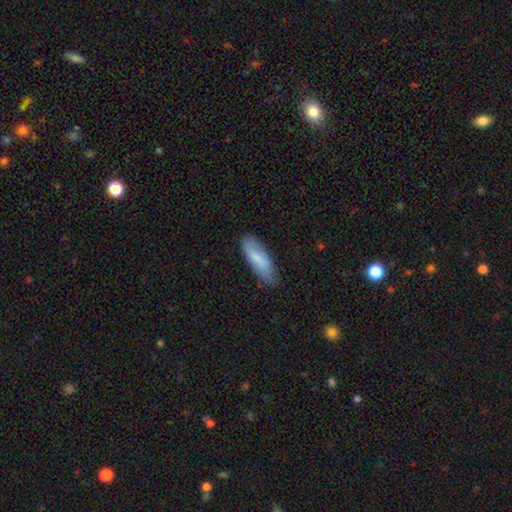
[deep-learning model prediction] This appears to be a smooth galaxy with no disk features (77%) that is in between round and cigar-shaped (53%). Merging: none (71%).